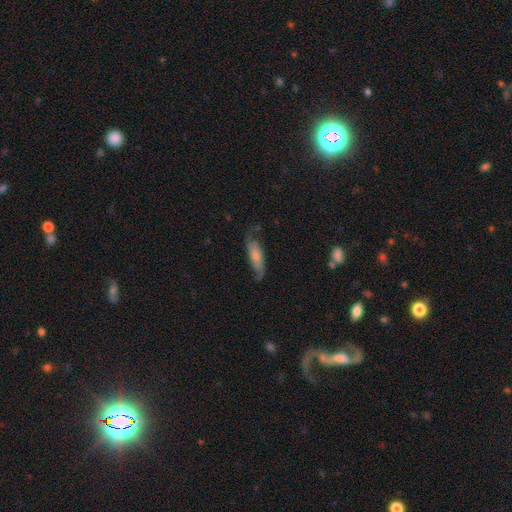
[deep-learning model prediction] Smooth or featured? Predicted: featured or disk (p=0.55). Edge-on disk? Predicted: no (p=0.79). Merging? Predicted: none (p=0.64).